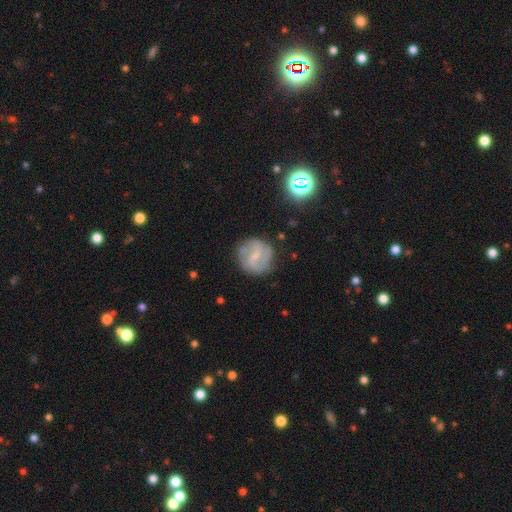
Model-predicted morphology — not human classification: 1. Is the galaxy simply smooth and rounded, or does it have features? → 73% featured or disk, 20% smooth, 7% star or artifact.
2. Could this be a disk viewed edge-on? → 98% no, 2% yes.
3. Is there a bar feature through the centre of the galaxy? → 55% weak, 25% no, 20% strong.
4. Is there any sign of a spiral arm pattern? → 88% yes, 12% no.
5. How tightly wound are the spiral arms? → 46% medium, 29% loose, 25% tight.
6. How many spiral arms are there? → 65% 2, 16% can't tell, 11% 3, 3% 1, 3% 4, 2% more than 4.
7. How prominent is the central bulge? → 58% small, 25% moderate, 15% none, 1% large, 1% dominant.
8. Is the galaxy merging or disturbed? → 72% none, 18% minor disturbance, 8% major disturbance, 3% merger.